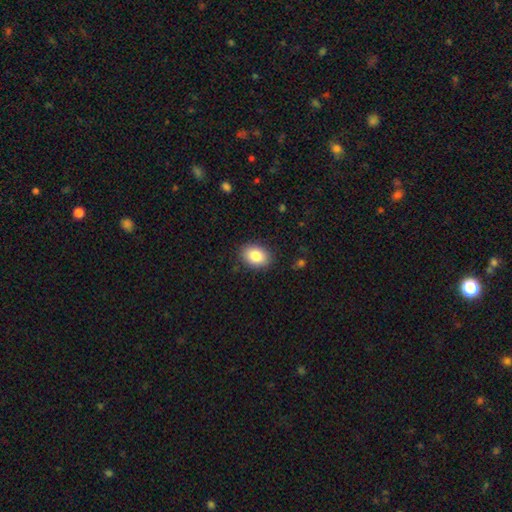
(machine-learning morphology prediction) The model was most divided on "how rounded": in between: 76%, round: 23%, cigar-shaped: 1%. More confident: merging — none (88%); smooth or featured — smooth (84%).